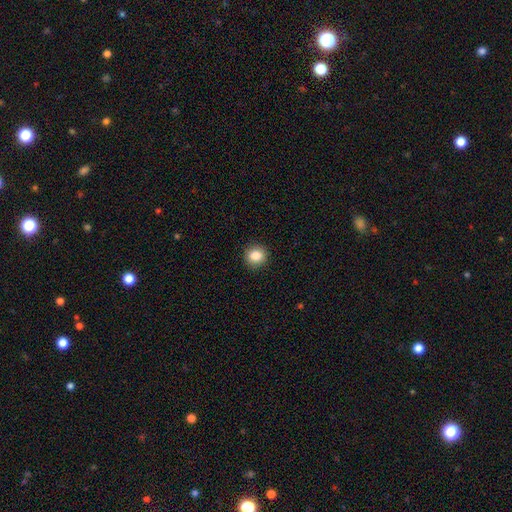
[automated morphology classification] smooth-or-featured: smooth: 85% | star or artifact: 10% | featured or disk: 6%
  how-rounded: round: 89% | in between: 10% | cigar-shaped: 1%
  merging: none: 92% | minor disturbance: 6% | major disturbance: 2% | merger: 1%